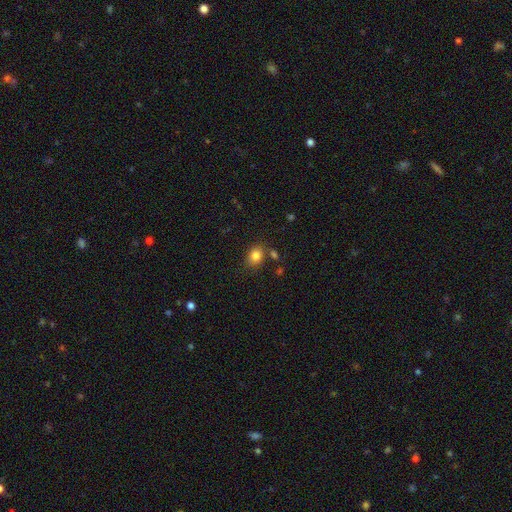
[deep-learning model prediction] Morphology: type=smooth (82%); roundness=in between (53%); merging=none (75%).